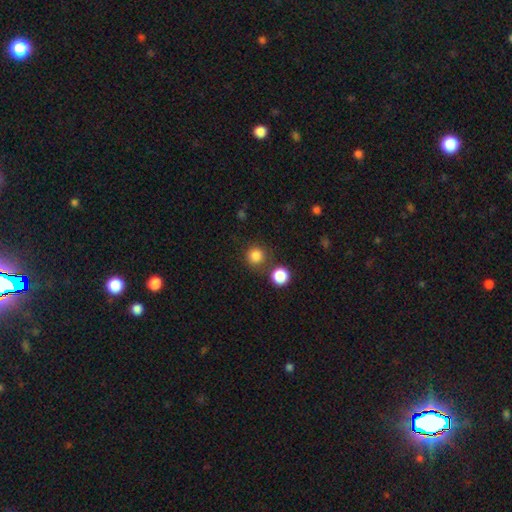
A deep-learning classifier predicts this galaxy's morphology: Smooth or featured?
  - smooth: 84% *
  - star or artifact: 12%
  - featured or disk: 4%
How rounded?
  - round: 94% *
  - in between: 5%
  - cigar-shaped: 1%
Merging?
  - none: 79% *
  - merger: 10%
  - minor disturbance: 8%
  - major disturbance: 3%